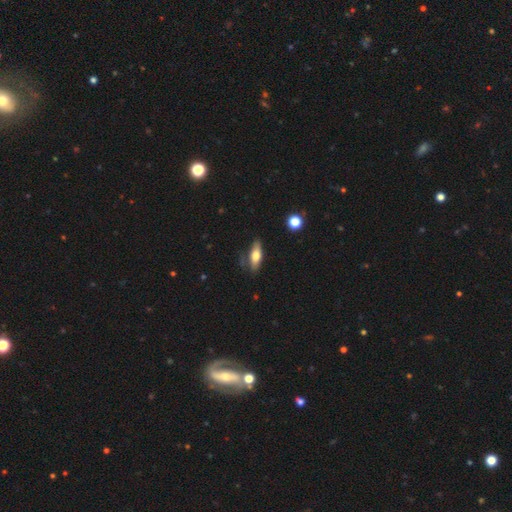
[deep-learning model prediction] Overall: smooth (61%; featured or disk 32%). How rounded: in between (61%; cigar-shaped 35%). Merging: none (71%).